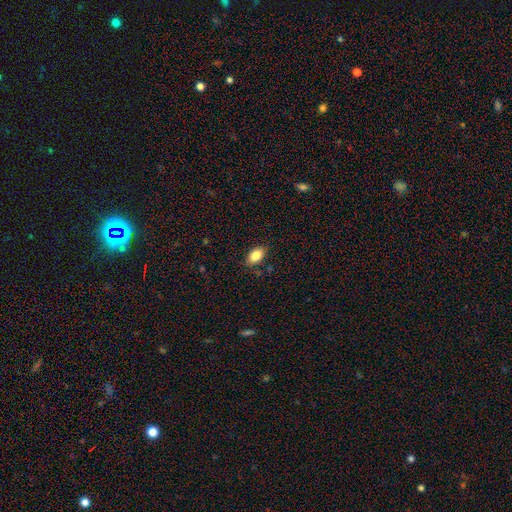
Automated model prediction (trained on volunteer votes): A smooth galaxy with no disk features (84%) that is in between round and cigar-shaped (89%).

Vote fractions:
- Smooth or featured? smooth: 84% / featured or disk: 8% / star or artifact: 8%
- How rounded? in between: 89% / round: 9% / cigar-shaped: 2%
- Merging? none: 84% / minor disturbance: 12% / major disturbance: 3% / merger: 2%